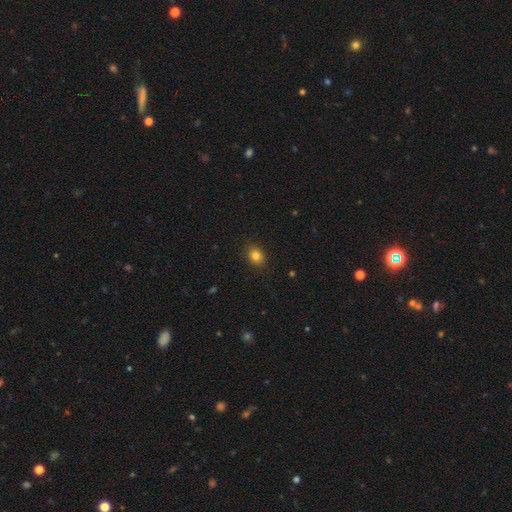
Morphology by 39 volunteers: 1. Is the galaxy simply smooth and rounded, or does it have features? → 82% smooth, 10% star or artifact, 8% featured or disk.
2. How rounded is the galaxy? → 53% round, 47% in between, 0% cigar-shaped.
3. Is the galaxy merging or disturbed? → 91% none, 3% minor disturbance, 3% major disturbance, 3% merger.